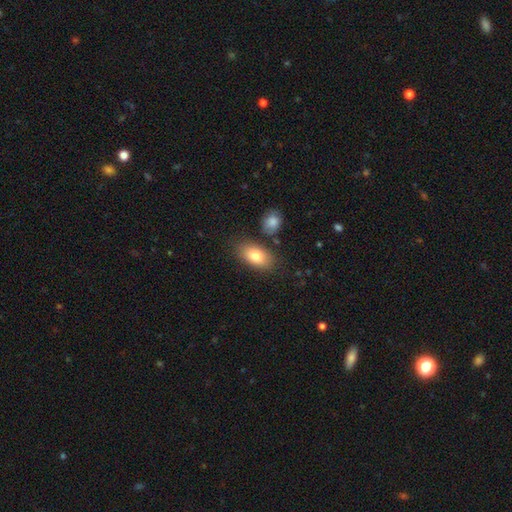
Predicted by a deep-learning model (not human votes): A smooth galaxy with no disk features (80%) that is in between round and cigar-shaped (91%). Merging: none (77%).